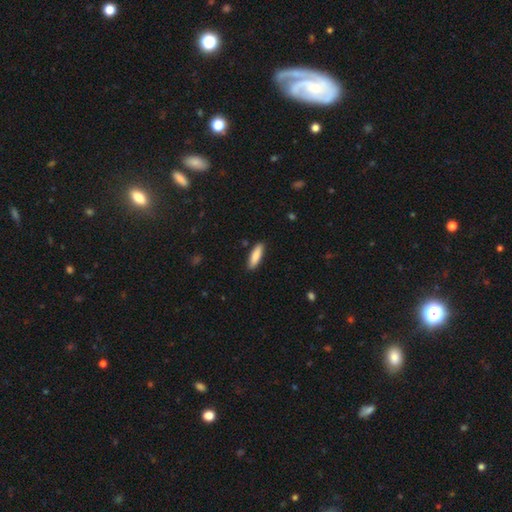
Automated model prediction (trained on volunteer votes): The model was most divided on "how rounded": cigar-shaped: 62%, in between: 37%, round: 1%. More confident: merging — none (89%); smooth or featured — smooth (85%).